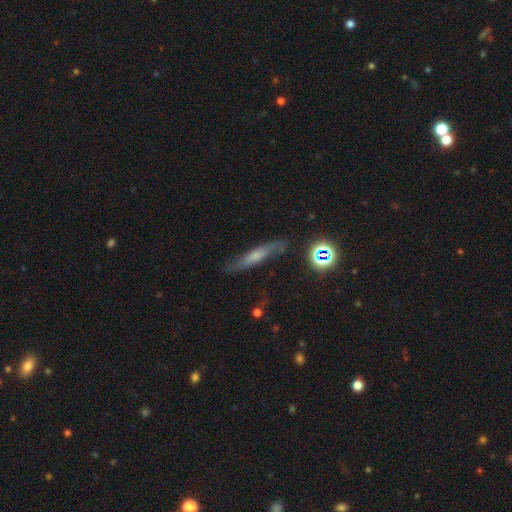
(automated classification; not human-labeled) featured or disk 51%, smooth 34%, star or artifact 15%. Down the decision tree: edge-on disk — yes (64%); merging — none (76%).